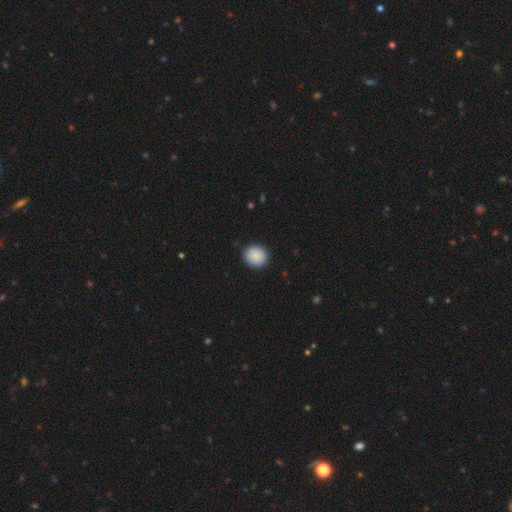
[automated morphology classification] smooth 88%, star or artifact 8%, featured or disk 5%. Down the decision tree: how rounded — round (78%); merging — none (91%).